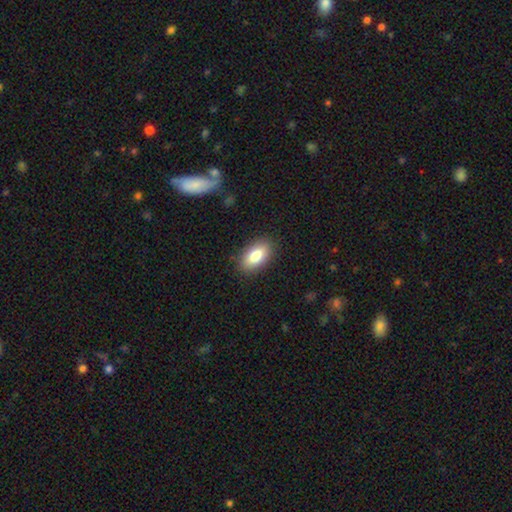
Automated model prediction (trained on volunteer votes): The model was most divided on "smooth or featured": smooth: 82%, featured or disk: 11%, star or artifact: 7%. More confident: how rounded — in between (91%); merging — none (87%).